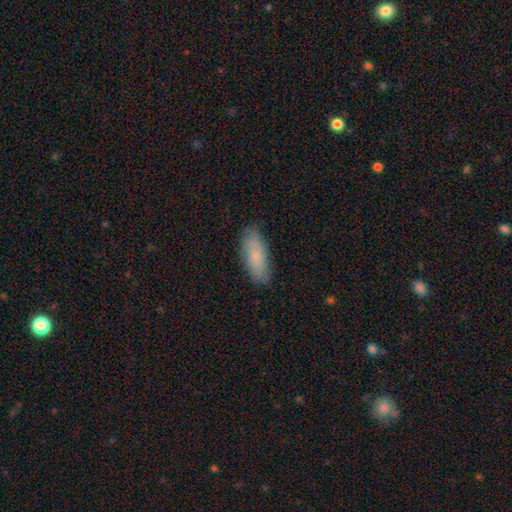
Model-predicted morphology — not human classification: A smooth galaxy with no disk features (78%) that is in between round and cigar-shaped (71%).

Vote fractions:
- Smooth or featured? smooth: 78% / featured or disk: 16% / star or artifact: 6%
- How rounded? in between: 71% / cigar-shaped: 27% / round: 2%
- Merging? none: 84% / minor disturbance: 13% / major disturbance: 2% / merger: 1%